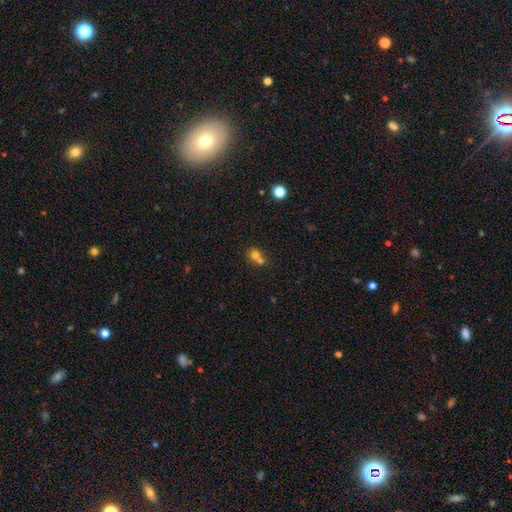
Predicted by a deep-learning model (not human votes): A smooth galaxy with no disk features (71%) that is round (81%).

Vote fractions:
- Smooth or featured? smooth: 71% / star or artifact: 15% / featured or disk: 14%
- How rounded? round: 81% / in between: 18% / cigar-shaped: 1%
- Merging? merger: 57% / none: 34% / minor disturbance: 6% / major disturbance: 3%